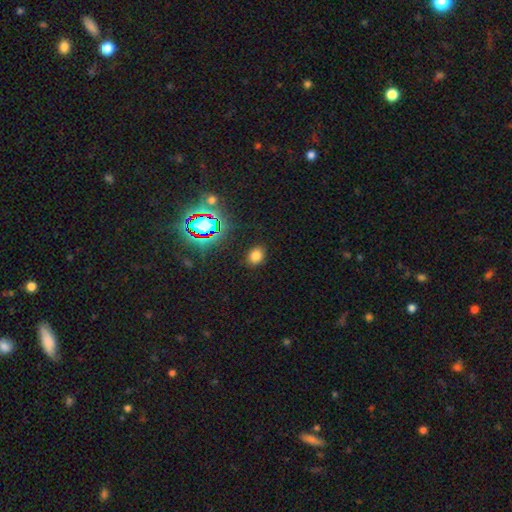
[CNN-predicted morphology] Smooth or featured? smooth (74%)
How rounded? in between (57%)
Merging? none (87%)